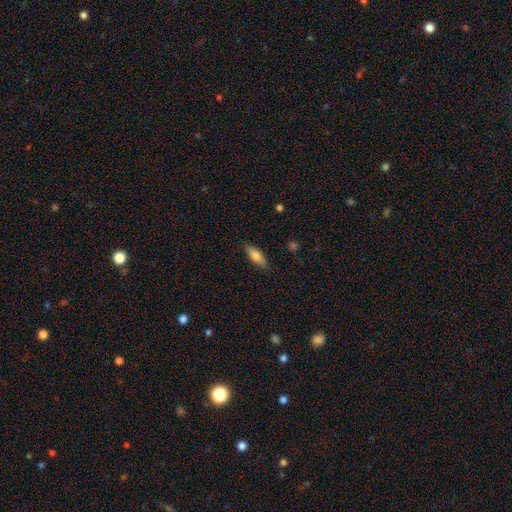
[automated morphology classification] smooth 71%, featured or disk 22%, star or artifact 6%. Down the decision tree: how rounded — in between (56%); merging — none (85%).